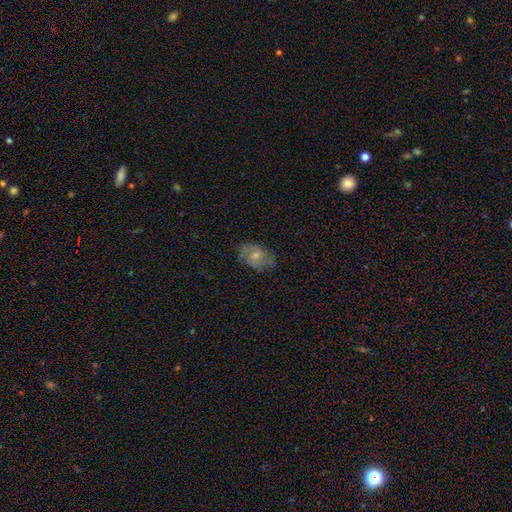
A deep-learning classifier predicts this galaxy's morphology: Q: Smooth or featured?
A: smooth (48%); runner-up: featured or disk (44%)
Q: Merging?
A: none (70%); runner-up: minor disturbance (22%)